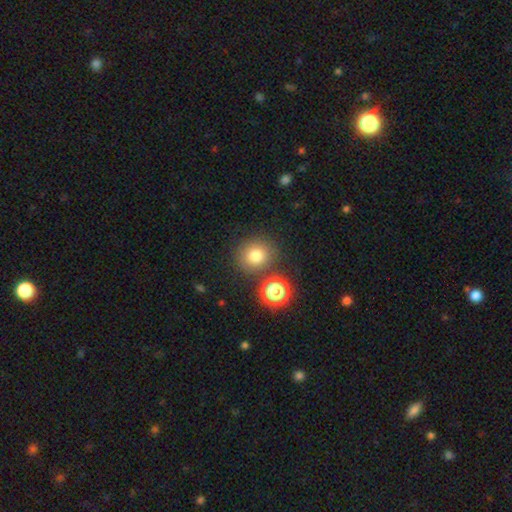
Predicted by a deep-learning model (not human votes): Morphology: type=smooth (75%); roundness=round (87%); merging=none (74%).